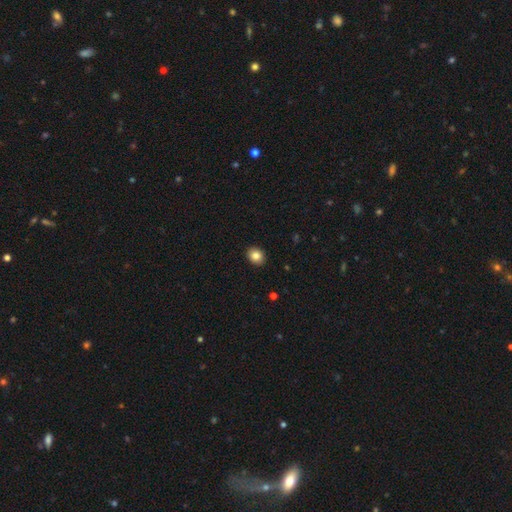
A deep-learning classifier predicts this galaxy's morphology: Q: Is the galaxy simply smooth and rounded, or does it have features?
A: smooth — 85%.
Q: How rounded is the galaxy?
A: round — 57%.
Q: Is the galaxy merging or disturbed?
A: none — 91%.